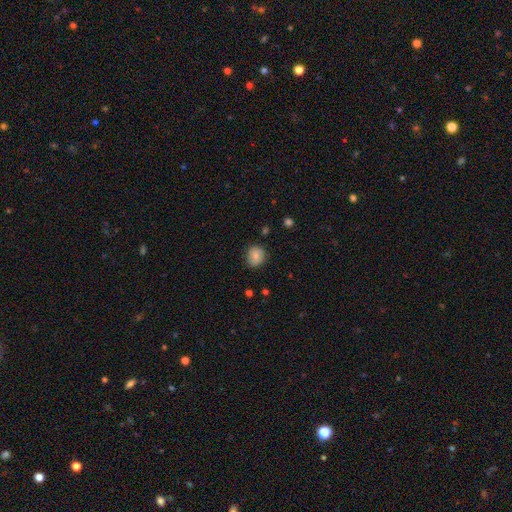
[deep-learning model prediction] smooth 73%, featured or disk 18%, star or artifact 9%. Down the decision tree: how rounded — round (79%); merging — none (78%).